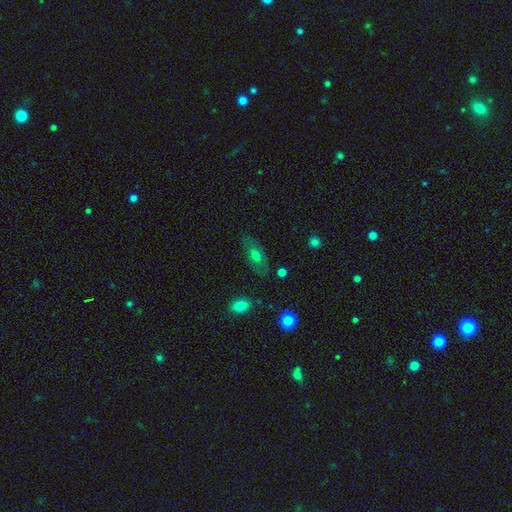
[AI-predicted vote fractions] The model was most divided on "smooth or featured": smooth: 62%, featured or disk: 29%, star or artifact: 9%. More confident: how rounded — in between (82%); merging — none (74%).